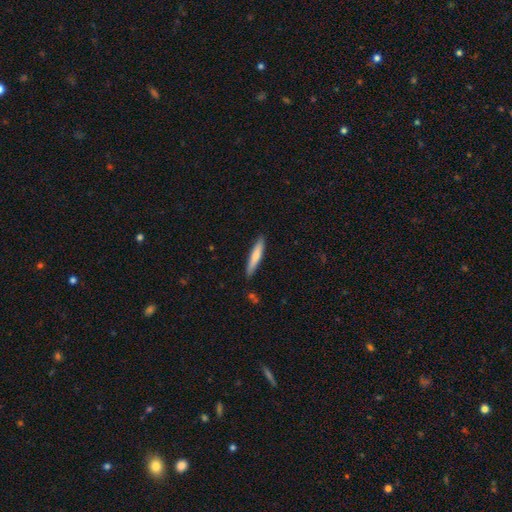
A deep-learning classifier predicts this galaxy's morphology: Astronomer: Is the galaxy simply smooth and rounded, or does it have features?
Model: smooth — 70%.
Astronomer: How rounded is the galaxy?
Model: cigar-shaped — 91%.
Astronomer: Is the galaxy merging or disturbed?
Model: none — 88%.